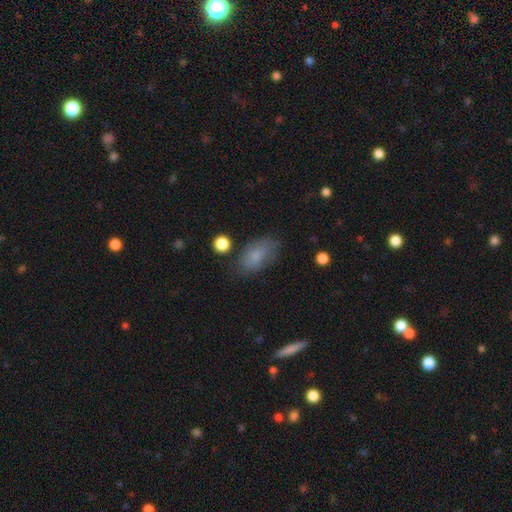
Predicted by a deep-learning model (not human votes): Smooth or featured? Predicted: smooth (p=0.78). How rounded? Predicted: in between (p=0.91). Merging? Predicted: none (p=0.70).